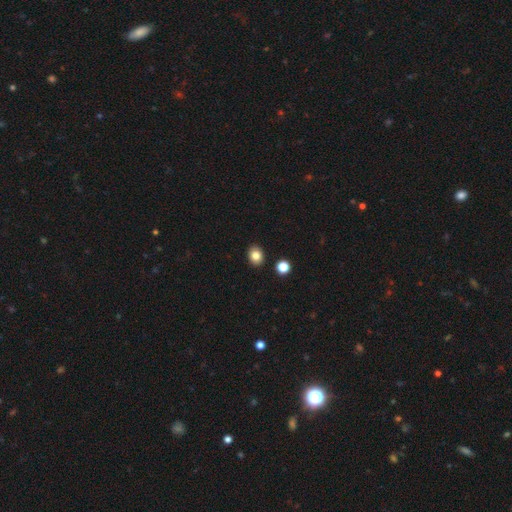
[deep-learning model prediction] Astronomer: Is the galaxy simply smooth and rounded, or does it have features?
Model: smooth — 82%.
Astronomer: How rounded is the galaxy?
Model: round — 52% (runner-up: in between, 47%).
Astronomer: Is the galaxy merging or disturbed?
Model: none — 89%.